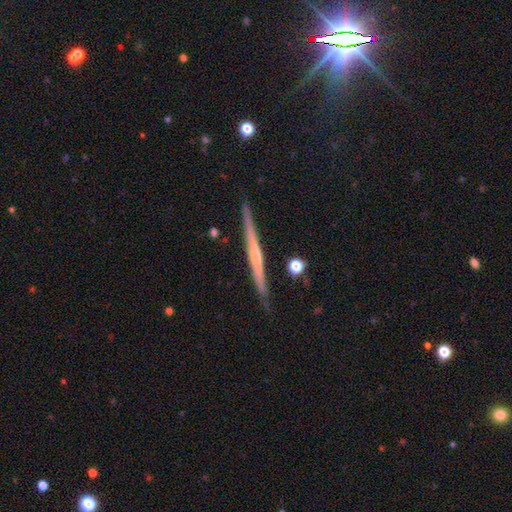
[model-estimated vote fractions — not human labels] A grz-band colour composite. It shows a featured or disk galaxy (74%) viewed edge-on (98%) with a rounded central bulge (51%). Merging: none (88%).